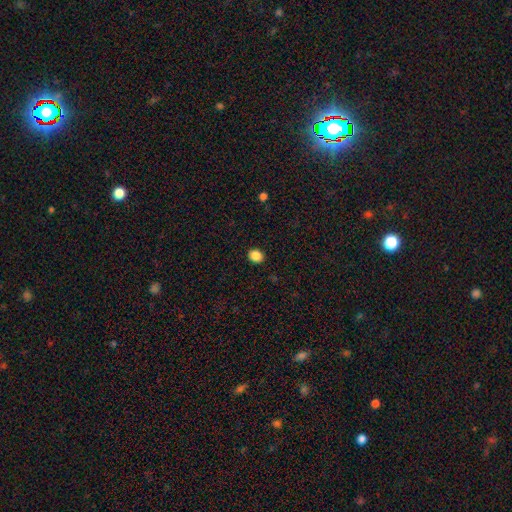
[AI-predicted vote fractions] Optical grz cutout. It shows a smooth galaxy with no disk features (86%) that is round (68%). Merging: none (91%).